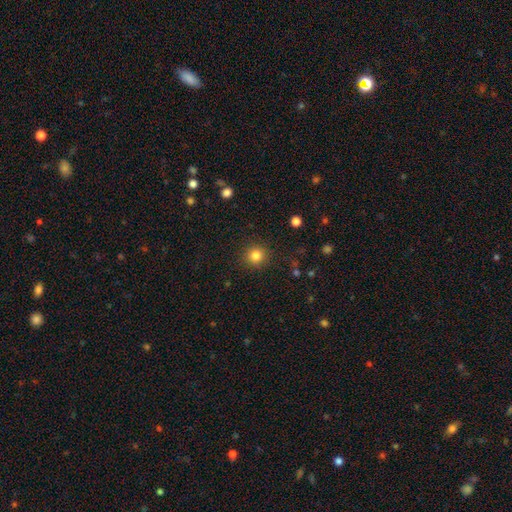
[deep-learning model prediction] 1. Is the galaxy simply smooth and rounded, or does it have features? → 83% smooth, 12% star or artifact, 5% featured or disk.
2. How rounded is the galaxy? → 93% round, 6% in between, 1% cigar-shaped.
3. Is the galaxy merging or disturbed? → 90% none, 6% minor disturbance, 3% major disturbance, 1% merger.